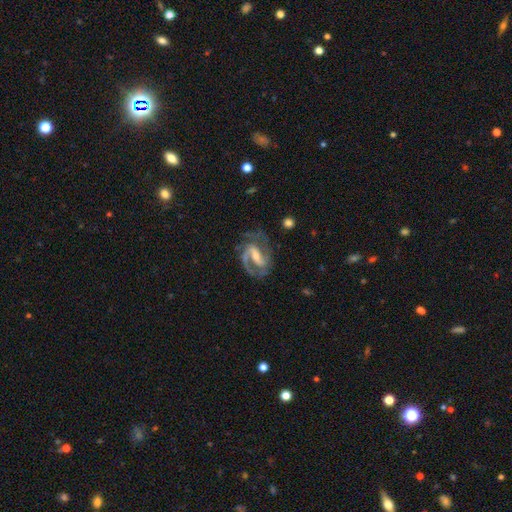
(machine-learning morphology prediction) A featured or disk galaxy (89%) with a strong bar (44%), 2 (79%) medium (56%) spiral arms (97%) and a small central bulge (46%). Merging: none (66%).